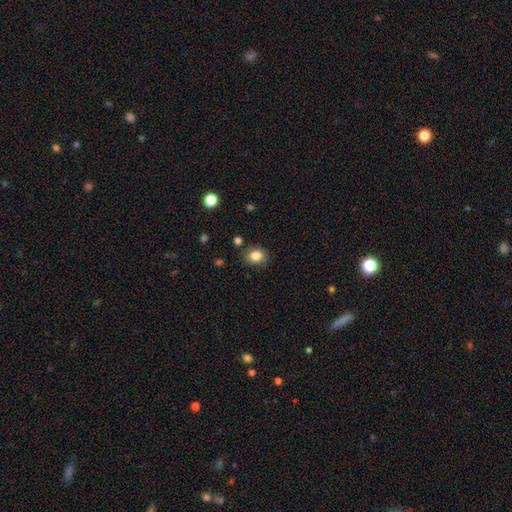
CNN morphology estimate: Q: Smooth or featured?
A: smooth (83%); runner-up: star or artifact (10%)
Q: How rounded?
A: round (59%); runner-up: in between (40%)
Q: Merging?
A: none (83%); runner-up: minor disturbance (12%)